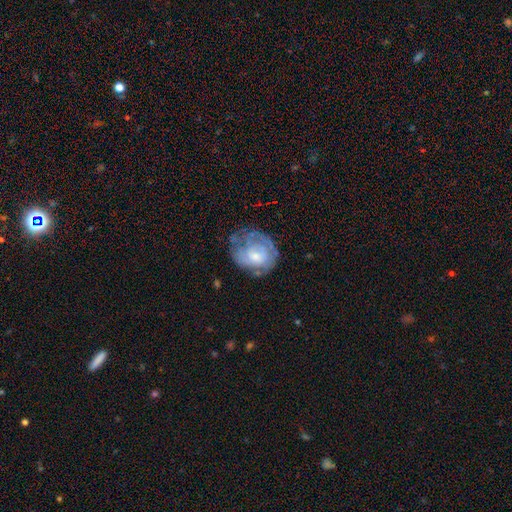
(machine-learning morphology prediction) Smooth or featured? featured or disk (54%)
Edge-on disk? no (97%)
Bar? no (78%)
Spiral arms? yes (53%)
Bulge size? moderate (44%)
Merging? none (43%)